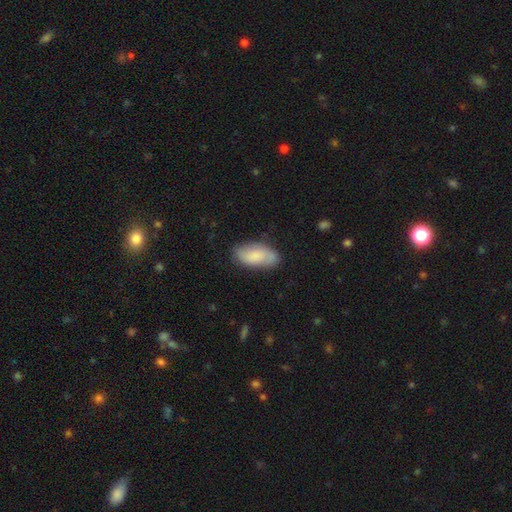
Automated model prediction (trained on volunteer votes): Smooth or featured? Predicted: smooth (p=0.71). How rounded? Predicted: in between (p=0.90). Merging? Predicted: none (p=0.76).